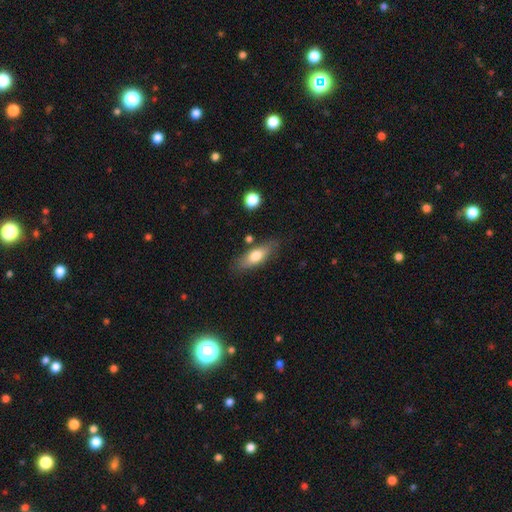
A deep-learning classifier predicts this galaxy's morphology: smooth-or-featured: smooth: 71% | featured or disk: 22% | star or artifact: 6%
  how-rounded: in between: 66% | cigar-shaped: 31% | round: 3%
  merging: none: 76% | minor disturbance: 16% | merger: 5% | major disturbance: 4%